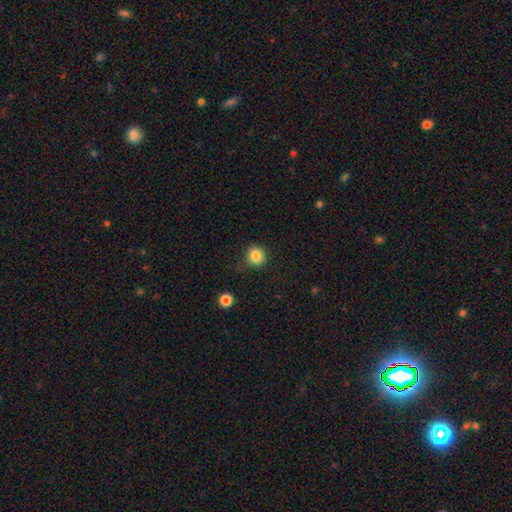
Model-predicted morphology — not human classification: Overall: smooth (85%). How rounded: round (86%). Merging: none (83%).